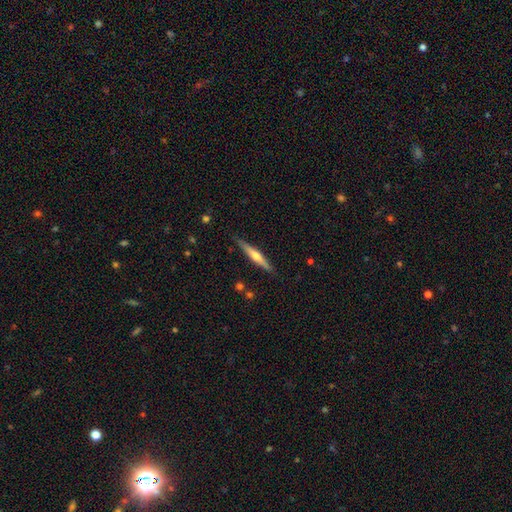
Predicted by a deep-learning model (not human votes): Morphology: type=featured or disk (56%); edge-on=yes (96%); edge-on bulge=rounded (79%); merging=none (87%).